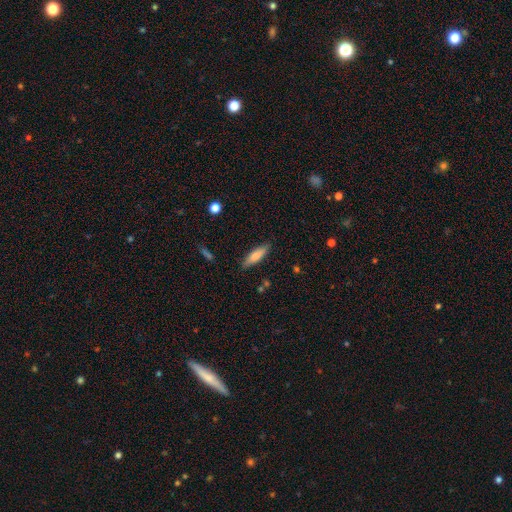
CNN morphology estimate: A smooth galaxy with no disk features (75%) that is cigar-shaped (64%). Merging: none (84%).